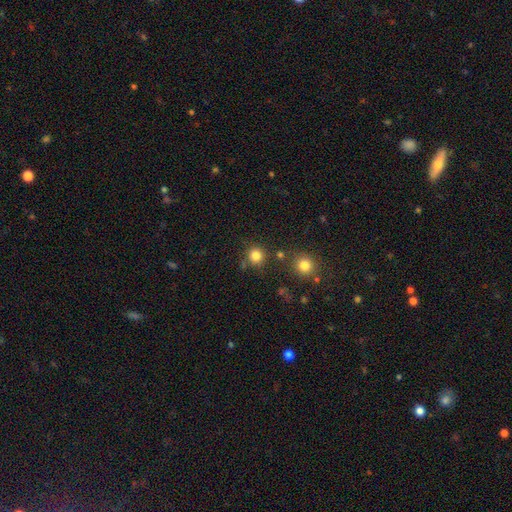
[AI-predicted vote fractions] Smooth or featured?
  - smooth: 83% *
  - star or artifact: 12%
  - featured or disk: 5%
How rounded?
  - round: 93% *
  - in between: 6%
  - cigar-shaped: 1%
Merging?
  - none: 81% *
  - minor disturbance: 8%
  - merger: 7%
  - major disturbance: 3%